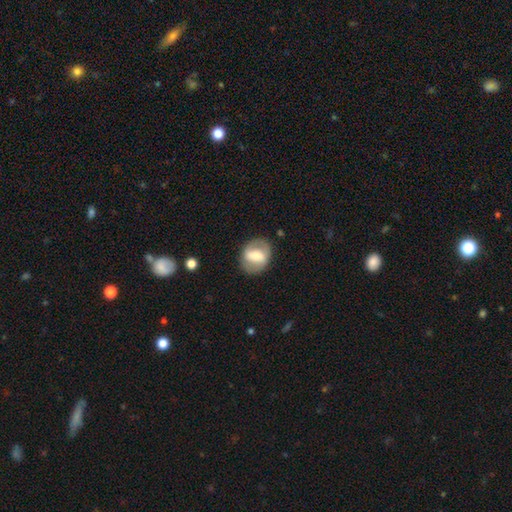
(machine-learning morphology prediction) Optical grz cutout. It shows a featured or disk galaxy (50%). Merging: none (81%).